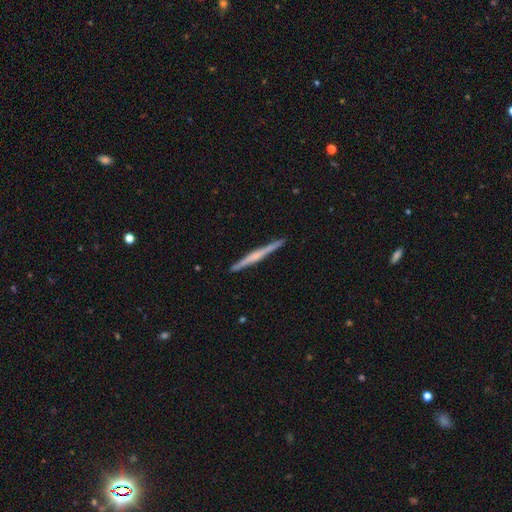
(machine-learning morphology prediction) smooth-or-featured: featured or disk: 68% | smooth: 26% | star or artifact: 5%
  disk-edge-on: yes: 98% | no: 2%
    edge-on-bulge: rounded: 47% | none: 36% | boxy: 17%
  merging: none: 92% | minor disturbance: 6% | major disturbance: 1% | merger: 1%